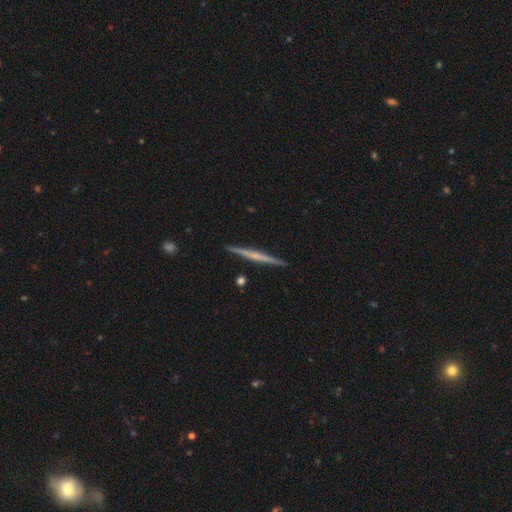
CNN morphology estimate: A featured or disk galaxy (64%) viewed edge-on (98%) with no central bulge (57%).

Vote fractions:
- Smooth or featured? featured or disk: 64% / smooth: 31% / star or artifact: 5%
- Edge-on disk? yes: 98% / no: 2%
- Edge-on bulge? none: 57% / rounded: 33% / boxy: 10%
- Merging? none: 92% / minor disturbance: 5% / merger: 1% / major disturbance: 1%